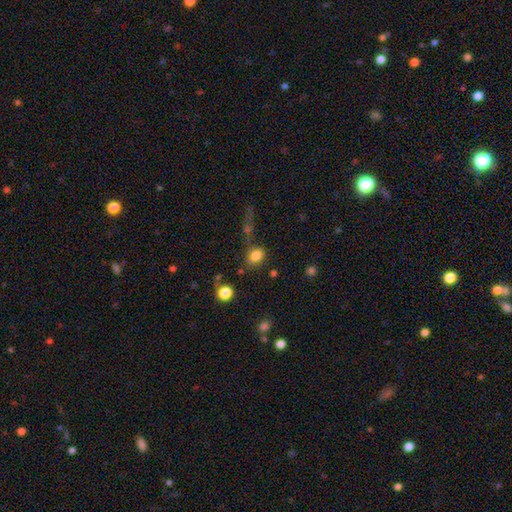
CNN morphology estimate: A smooth galaxy with no disk features (82%) that is in between round and cigar-shaped (59%).

Vote fractions:
- Smooth or featured? smooth: 82% / star or artifact: 12% / featured or disk: 7%
- How rounded? in between: 59% / round: 40% / cigar-shaped: 1%
- Merging? none: 68% / minor disturbance: 15% / merger: 11% / major disturbance: 6%